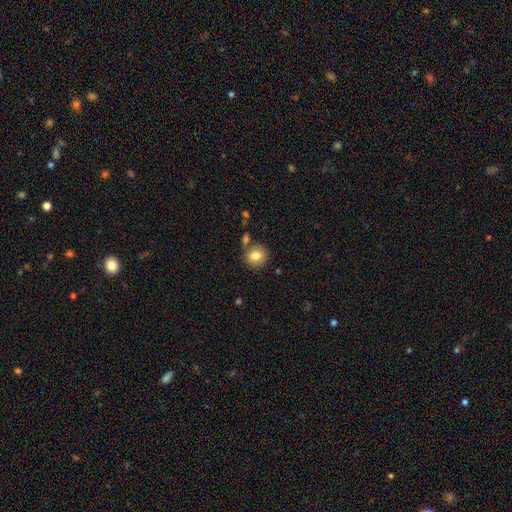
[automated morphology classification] Q: Smooth or featured?
A: smooth (80%); runner-up: featured or disk (11%)
Q: How rounded?
A: round (87%); runner-up: in between (12%)
Q: Merging?
A: none (79%); runner-up: merger (9%)